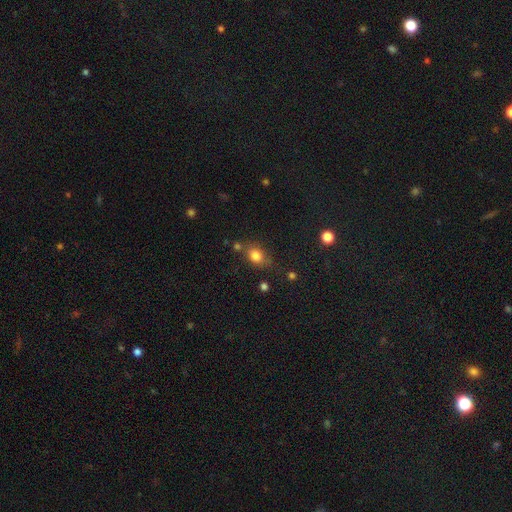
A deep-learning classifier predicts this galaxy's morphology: type=smooth (80%); roundness=in between (64%); merging=none (67%).